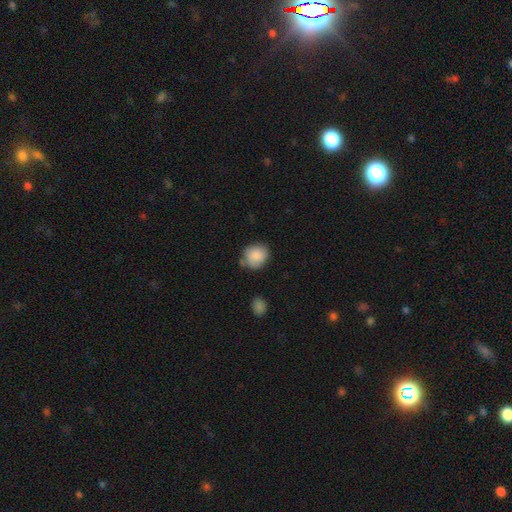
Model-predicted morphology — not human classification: Smooth or featured? smooth (87%)
How rounded? round (81%)
Merging? none (72%)